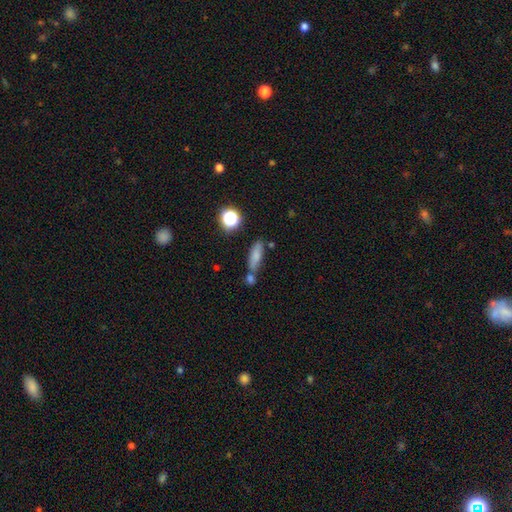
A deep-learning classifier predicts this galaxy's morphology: A smooth galaxy with no disk features (73%) that is cigar-shaped (49%). Merging: none (59%).